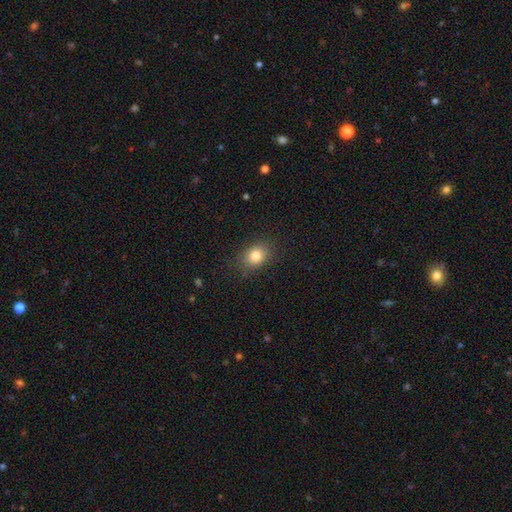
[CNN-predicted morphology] smooth 81%, star or artifact 11%, featured or disk 8%. Down the decision tree: how rounded — in between (57%); merging — none (84%).